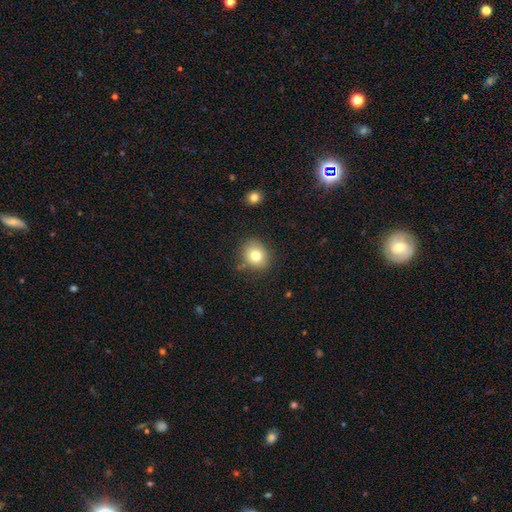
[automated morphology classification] type=smooth (78%); roundness=round (70%); merging=none (83%).